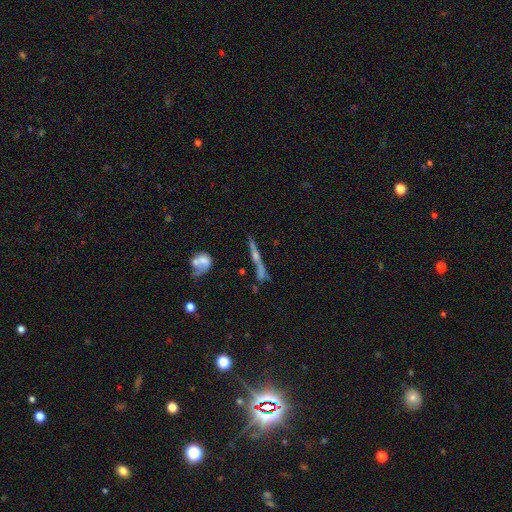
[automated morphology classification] A featured or disk galaxy (66%) viewed edge-on (92%) with a rounded central bulge (73%). Merging: none (69%).